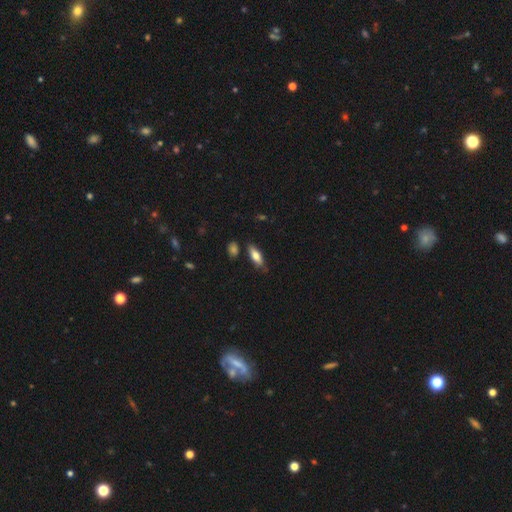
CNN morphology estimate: A smooth galaxy with no disk features (71%) that is in between round and cigar-shaped (63%). Merging: none (78%).